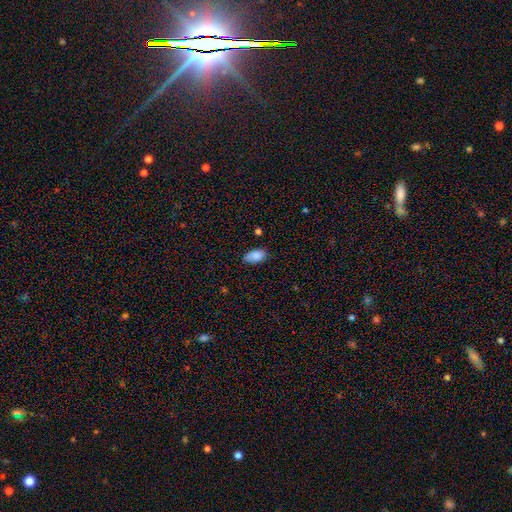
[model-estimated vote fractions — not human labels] smooth_or_featured: smooth (p=0.85) [alt: featured or disk p=0.08]
how_rounded: in between (p=0.94) [alt: round p=0.04]
merging: none (p=0.73) [alt: minor disturbance p=0.22]